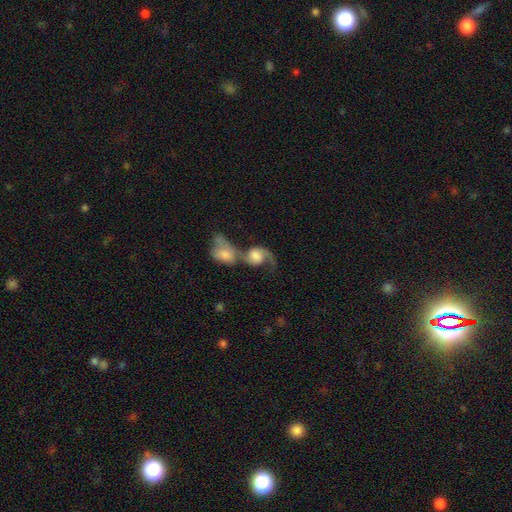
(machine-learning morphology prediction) smooth_or_featured: featured or disk (p=0.52) [alt: smooth p=0.41]
disk_edge_on: no (p=0.96) [alt: yes p=0.04]
merging: merger (p=0.69) [alt: major disturbance p=0.13]